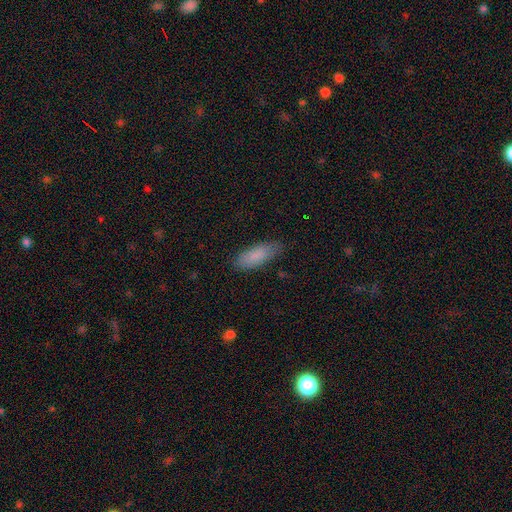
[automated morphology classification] Q: Smooth or featured?
A: smooth (86%); runner-up: featured or disk (8%)
Q: How rounded?
A: in between (69%); runner-up: cigar-shaped (29%)
Q: Merging?
A: none (79%); runner-up: minor disturbance (16%)